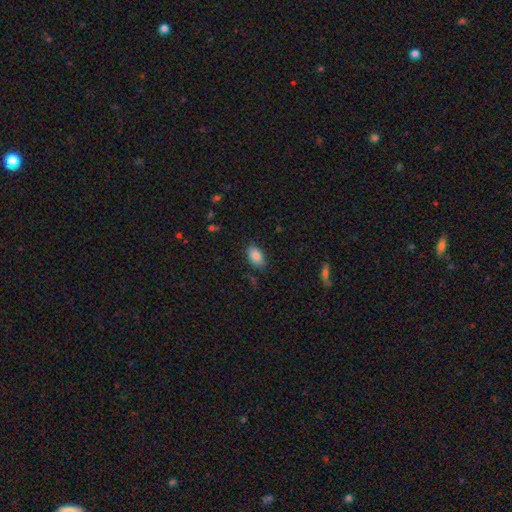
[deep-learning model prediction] Smooth or featured? smooth (86%)
How rounded? in between (92%)
Merging? none (82%)